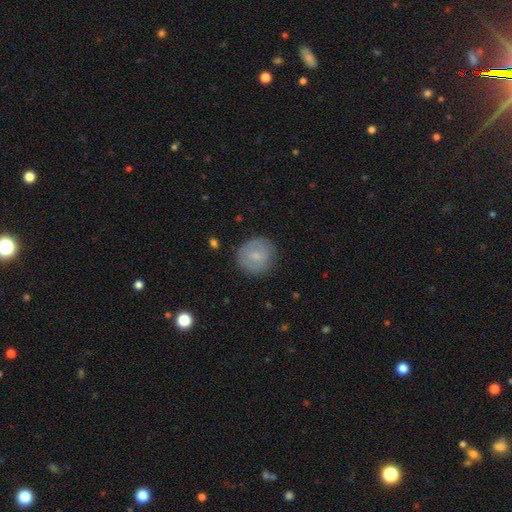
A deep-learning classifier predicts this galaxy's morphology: smooth 68%, featured or disk 25%, star or artifact 7%. Down the decision tree: how rounded — round (87%); merging — none (84%).